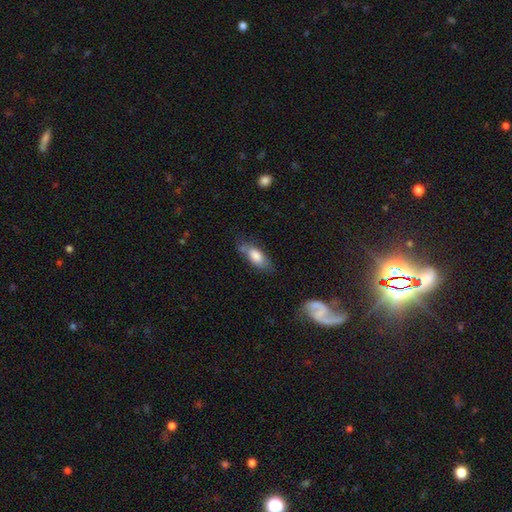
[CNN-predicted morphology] smooth_or_featured: smooth (p=0.77) [alt: featured or disk p=0.17]
how_rounded: in between (p=0.75) [alt: cigar-shaped p=0.22]
merging: none (p=0.59) [alt: minor disturbance p=0.27]